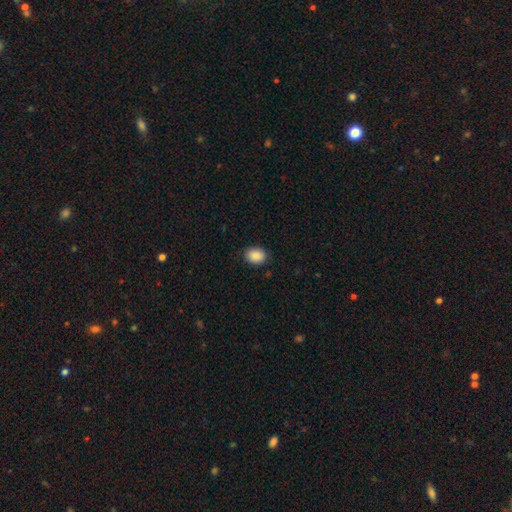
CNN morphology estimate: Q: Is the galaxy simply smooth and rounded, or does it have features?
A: smooth — 89%.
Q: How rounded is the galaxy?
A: in between — 59%.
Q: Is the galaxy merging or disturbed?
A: none — 87%.